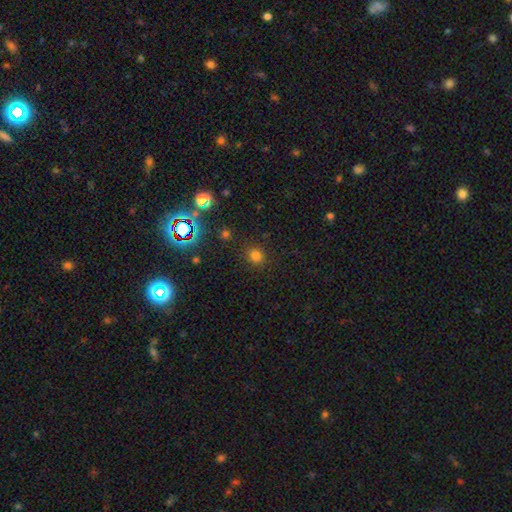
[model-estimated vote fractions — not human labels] The model was most divided on "smooth or featured": smooth: 73%, star or artifact: 21%, featured or disk: 6%. More confident: merging — none (87%); how rounded — round (82%).